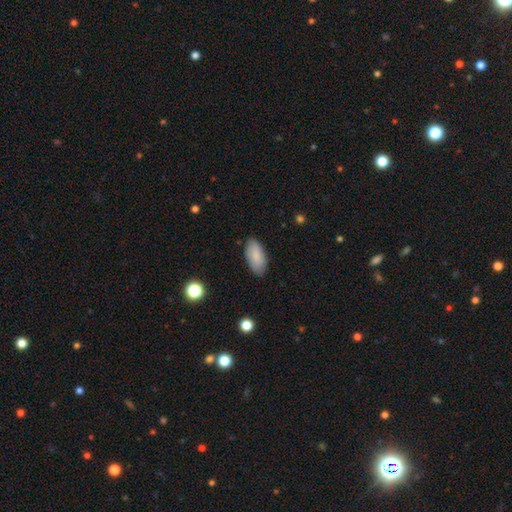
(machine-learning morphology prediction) Overall: smooth (84%). How rounded: in between (92%). Merging: none (84%).